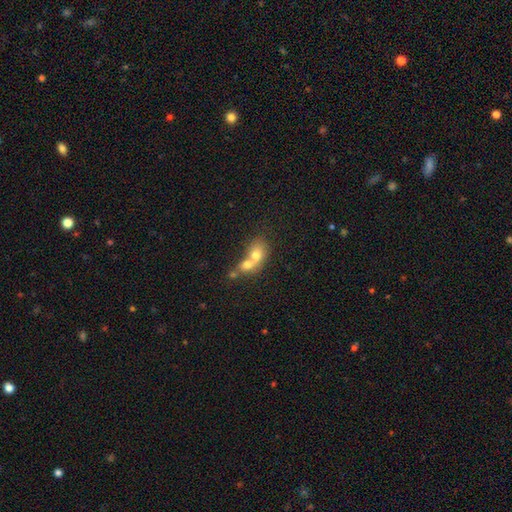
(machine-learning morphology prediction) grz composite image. It shows a smooth galaxy with no disk features (67%) that is in between round and cigar-shaped (51%). Merging: merger (75%).